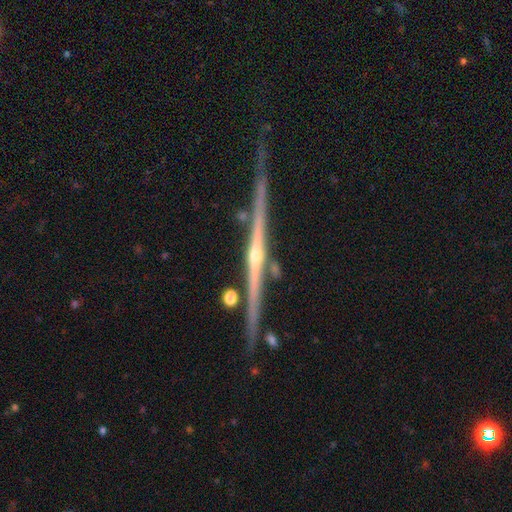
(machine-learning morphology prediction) featured or disk 89%, smooth 6%, star or artifact 5%. Down the decision tree: edge-on disk — yes (98%); edge-on bulge — rounded (74%); merging — none (78%).